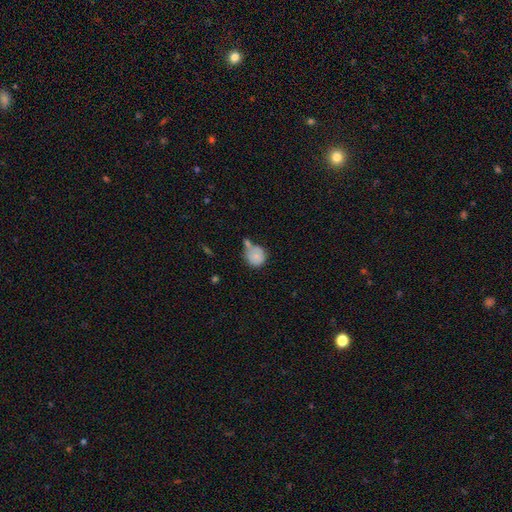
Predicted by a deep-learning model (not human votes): A smooth galaxy with no disk features (80%) that is round (81%).

Vote fractions:
- Smooth or featured? smooth: 80% / featured or disk: 12% / star or artifact: 8%
- How rounded? round: 81% / in between: 18% / cigar-shaped: 1%
- Merging? none: 39% / merger: 30% / minor disturbance: 22% / major disturbance: 9%